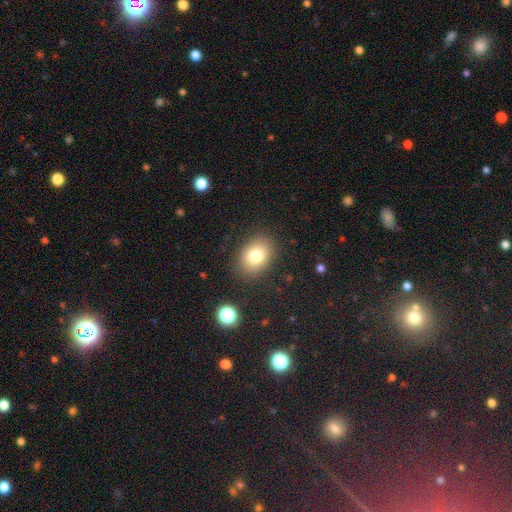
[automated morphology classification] Overall: smooth (78%). How rounded: in between (62%; round 37%). Merging: none (86%).